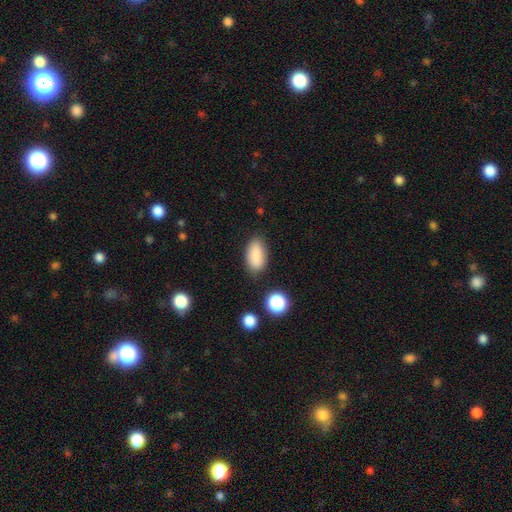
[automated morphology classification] This is clearly a smooth galaxy (85%). How rounded: clearly in between (91%). Merging: clearly none (81%).